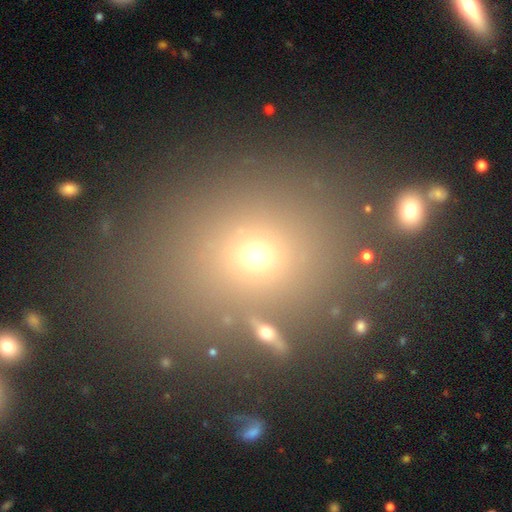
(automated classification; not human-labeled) smooth_or_featured: smooth (p=0.65) [alt: star or artifact p=0.24]
how_rounded: round (p=0.62) [alt: in between p=0.36]
merging: none (p=0.77) [alt: minor disturbance p=0.11]